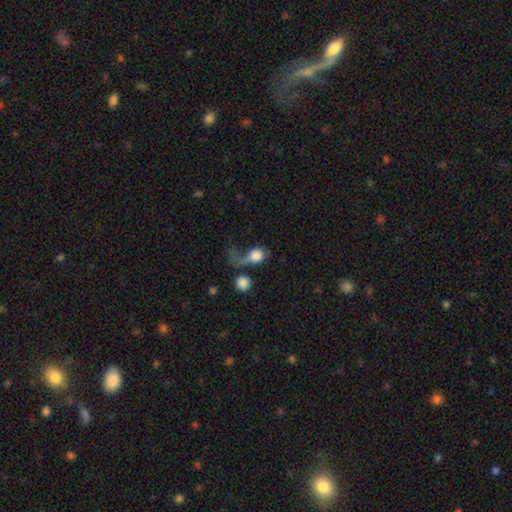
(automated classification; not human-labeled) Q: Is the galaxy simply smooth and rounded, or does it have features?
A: smooth — 65%.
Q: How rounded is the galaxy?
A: round — 65%.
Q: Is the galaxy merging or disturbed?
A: major disturbance — 52%.